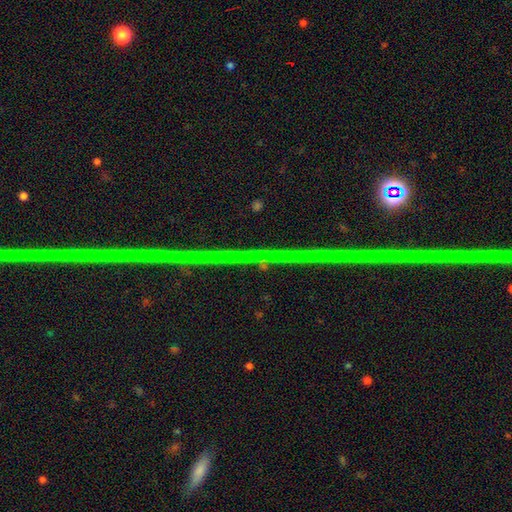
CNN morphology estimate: Q: Smooth or featured?
A: star or artifact (79%); runner-up: featured or disk (13%)